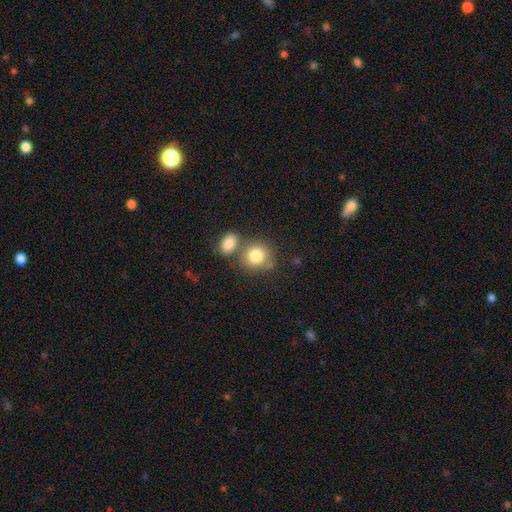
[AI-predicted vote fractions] Smooth or featured?
  - smooth: 81% *
  - featured or disk: 10%
  - star or artifact: 8%
How rounded?
  - round: 79% *
  - in between: 20%
  - cigar-shaped: 1%
Merging?
  - none: 53% *
  - merger: 33%
  - minor disturbance: 10%
  - major disturbance: 4%